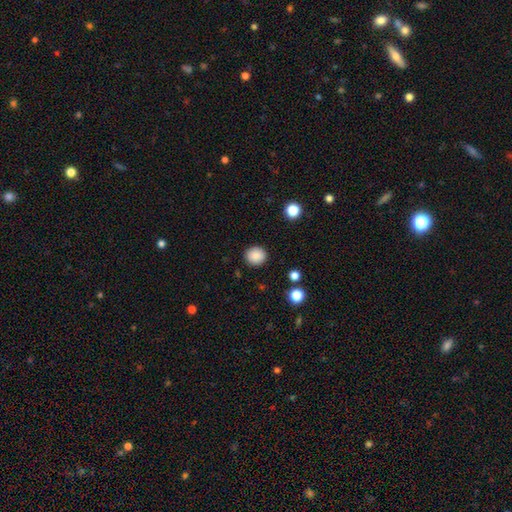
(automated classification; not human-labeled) A smooth galaxy with no disk features (87%) that is round (87%).

Vote fractions:
- Smooth or featured? smooth: 87% / star or artifact: 9% / featured or disk: 4%
- How rounded? round: 87% / in between: 12% / cigar-shaped: 1%
- Merging? none: 90% / minor disturbance: 6% / major disturbance: 2% / merger: 1%